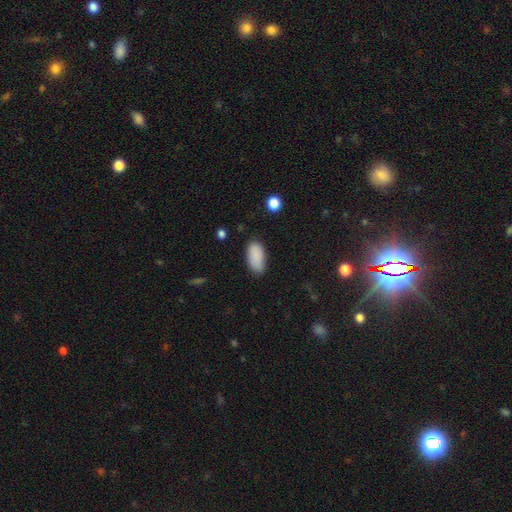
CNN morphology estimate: Smooth or featured? Predicted: smooth (p=0.88). How rounded? Predicted: in between (p=0.93). Merging? Predicted: none (p=0.78).